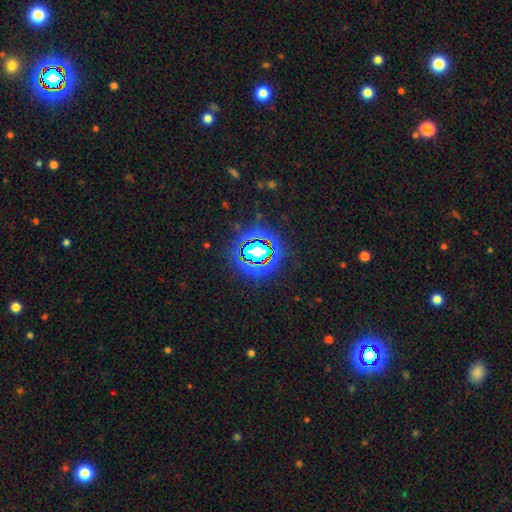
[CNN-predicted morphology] star or artifact 77%, smooth 14%, featured or disk 9%.